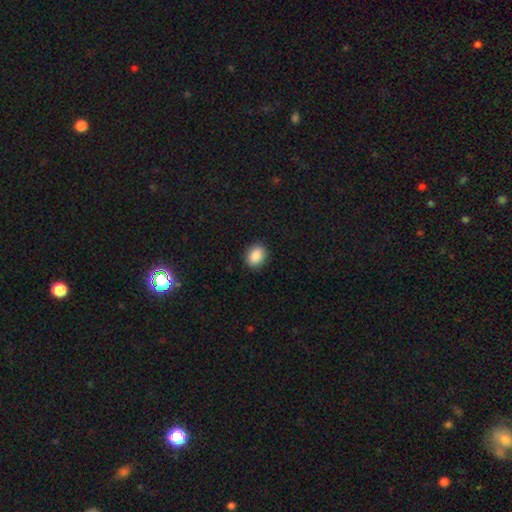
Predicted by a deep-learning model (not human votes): Smooth or featured? smooth (89%)
How rounded? in between (52%)
Merging? none (89%)